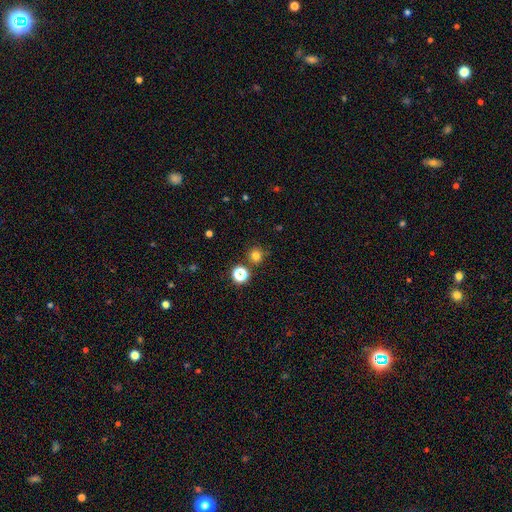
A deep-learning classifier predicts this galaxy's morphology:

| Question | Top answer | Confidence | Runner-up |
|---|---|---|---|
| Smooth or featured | smooth | 75% | star or artifact (20%) |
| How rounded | round | 93% | in between (6%) |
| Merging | none | 83% | minor disturbance (8%) |